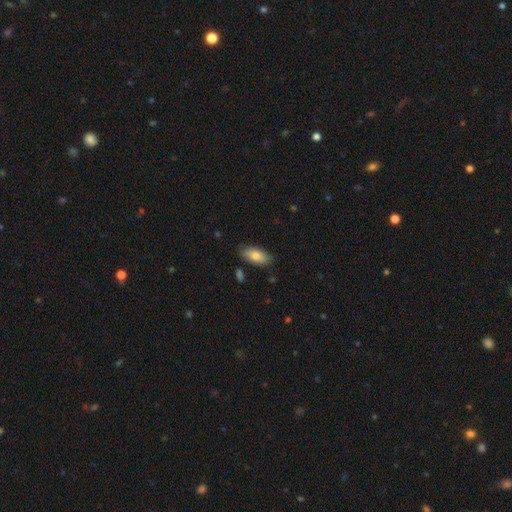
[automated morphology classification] This is clearly a smooth galaxy (82%). How rounded: clearly in between (89%). Merging: clearly none (83%).